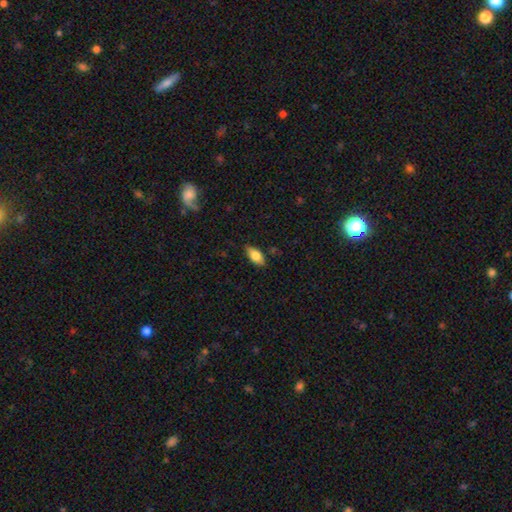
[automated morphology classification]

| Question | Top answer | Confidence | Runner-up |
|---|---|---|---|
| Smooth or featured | smooth | 76% | featured or disk (17%) |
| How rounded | in between | 88% | cigar-shaped (9%) |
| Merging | none | 83% | minor disturbance (13%) |